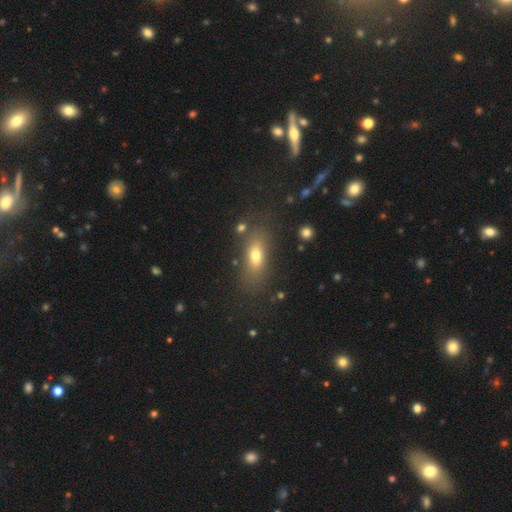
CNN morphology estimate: This is likely a smooth galaxy (69%). How rounded: likely in between (74%). Merging: likely none (74%).